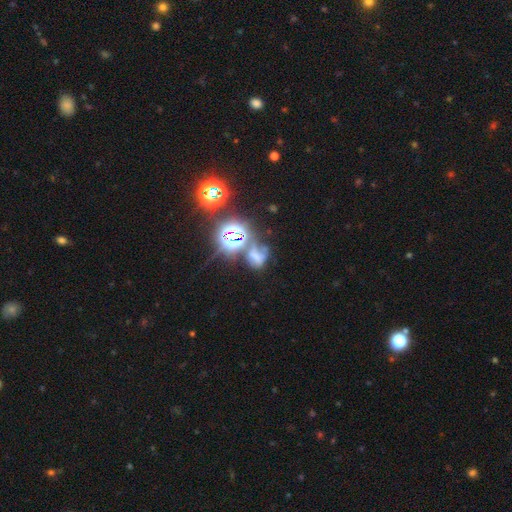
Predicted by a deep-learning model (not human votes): Smooth or featured: star or artifact — 47% (smooth — 29%)